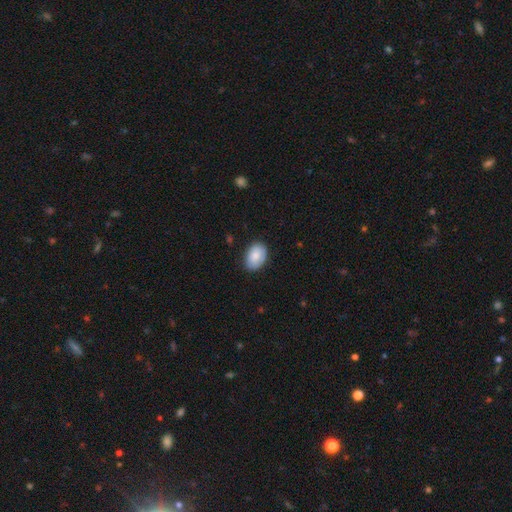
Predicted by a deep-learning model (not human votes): Smooth or featured? Predicted: smooth (p=0.81). How rounded? Predicted: in between (p=0.83). Merging? Predicted: none (p=0.79).